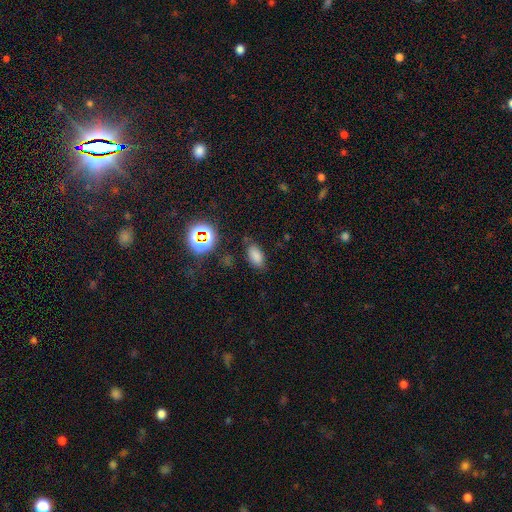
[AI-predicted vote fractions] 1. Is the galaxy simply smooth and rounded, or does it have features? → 75% smooth, 18% star or artifact, 7% featured or disk.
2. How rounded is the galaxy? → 89% in between, 7% round, 4% cigar-shaped.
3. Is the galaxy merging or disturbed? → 76% none, 16% minor disturbance, 5% major disturbance, 3% merger.